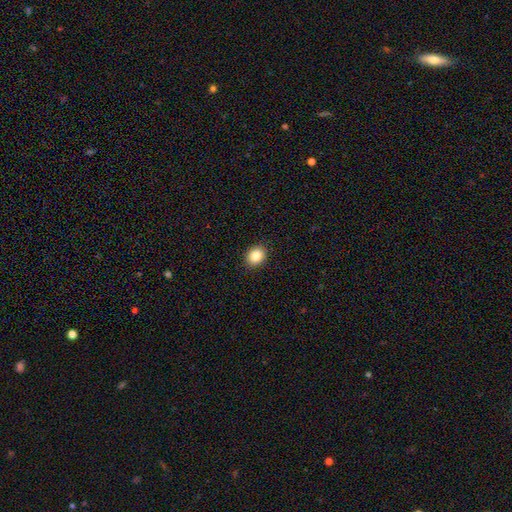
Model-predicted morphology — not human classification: Q: Smooth or featured?
A: smooth (85%); runner-up: star or artifact (10%)
Q: How rounded?
A: round (57%); runner-up: in between (42%)
Q: Merging?
A: none (91%); runner-up: minor disturbance (6%)